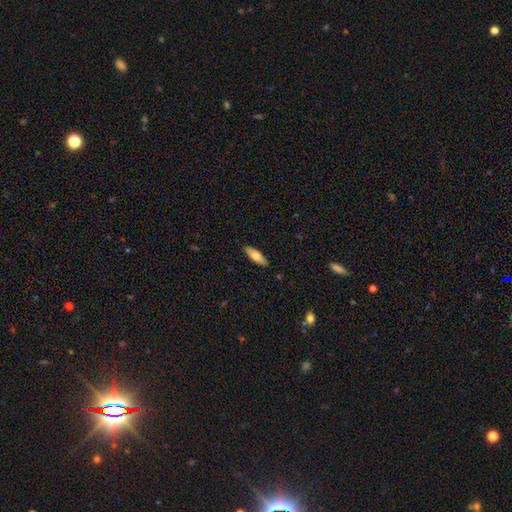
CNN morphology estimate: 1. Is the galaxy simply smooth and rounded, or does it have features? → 73% smooth, 21% featured or disk, 6% star or artifact.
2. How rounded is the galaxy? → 58% in between, 40% cigar-shaped, 2% round.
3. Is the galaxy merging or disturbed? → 88% none, 9% minor disturbance, 2% major disturbance, 1% merger.